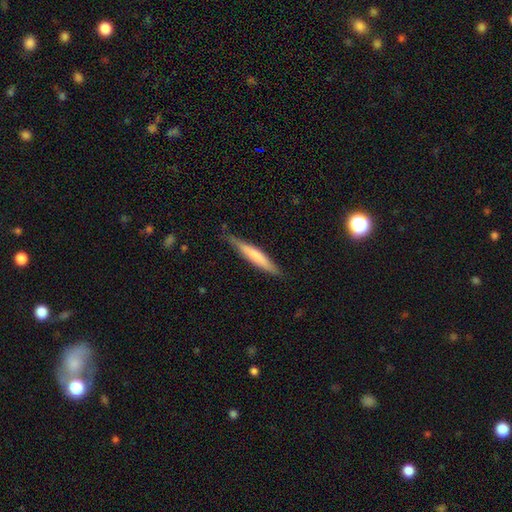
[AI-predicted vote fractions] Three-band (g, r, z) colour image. It shows a smooth galaxy with no disk features (62%) that is cigar-shaped (92%). Merging: none (81%).